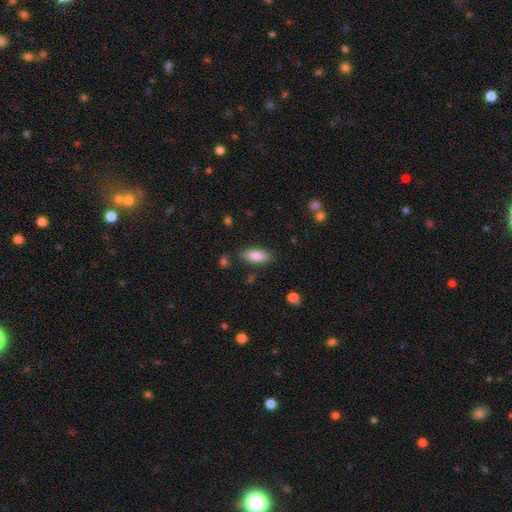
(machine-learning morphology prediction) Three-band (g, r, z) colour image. It shows a smooth galaxy with no disk features (84%) that is in between round and cigar-shaped (78%). Merging: none (82%).